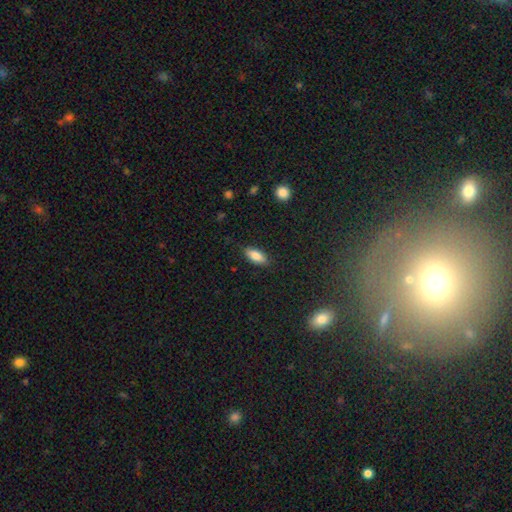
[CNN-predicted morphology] smooth 84%, featured or disk 9%, star or artifact 7%. Down the decision tree: how rounded — in between (82%); merging — none (85%).